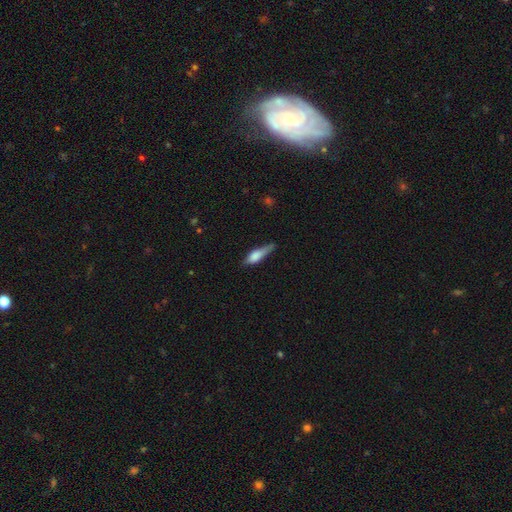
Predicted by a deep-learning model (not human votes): The model was most divided on "merging": none: 46%, minor disturbance: 37%, major disturbance: 13%, merger: 4%. More confident: smooth or featured — smooth (70%); how rounded — cigar-shaped (56%).